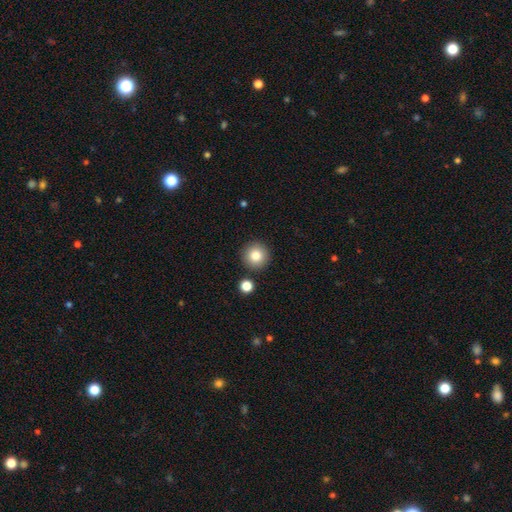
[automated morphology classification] A smooth galaxy with no disk features (82%) that is round (96%).

Vote fractions:
- Smooth or featured? smooth: 82% / star or artifact: 10% / featured or disk: 8%
- How rounded? round: 96% / in between: 4% / cigar-shaped: 1%
- Merging? none: 88% / minor disturbance: 6% / merger: 4% / major disturbance: 2%